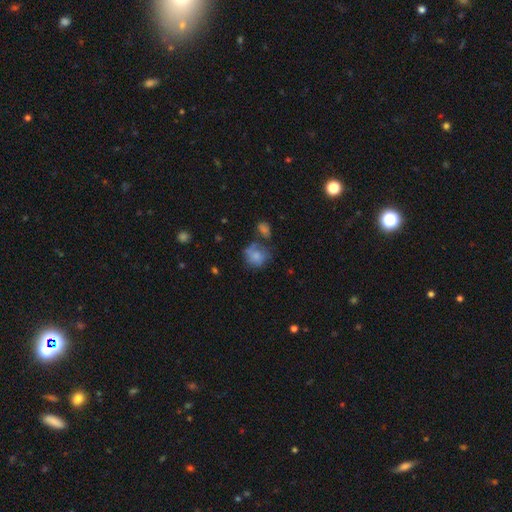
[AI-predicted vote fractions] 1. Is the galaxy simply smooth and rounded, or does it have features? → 74% smooth, 17% featured or disk, 10% star or artifact.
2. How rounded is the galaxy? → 69% round, 30% in between, 1% cigar-shaped.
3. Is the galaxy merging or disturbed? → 40% none, 25% minor disturbance, 19% merger, 16% major disturbance.